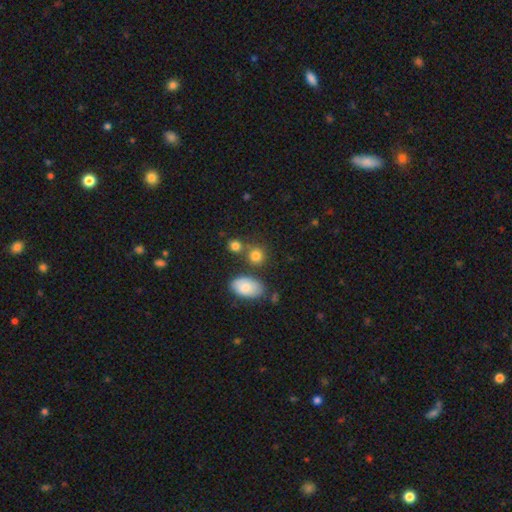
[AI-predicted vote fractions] Morphology: type=smooth (82%); roundness=round (75%); merging=none (67%).